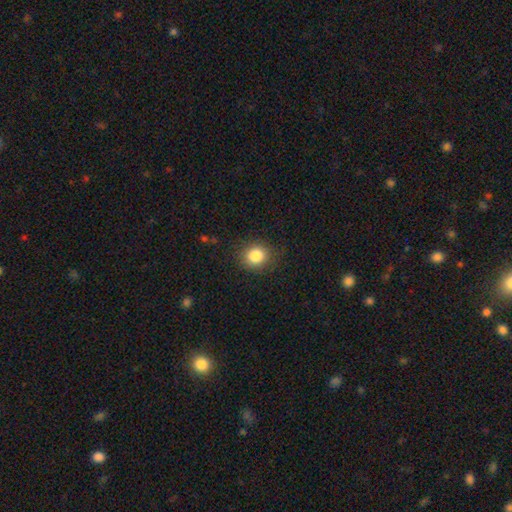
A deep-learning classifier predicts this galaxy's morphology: type=smooth (84%); roundness=round (76%); merging=none (87%).